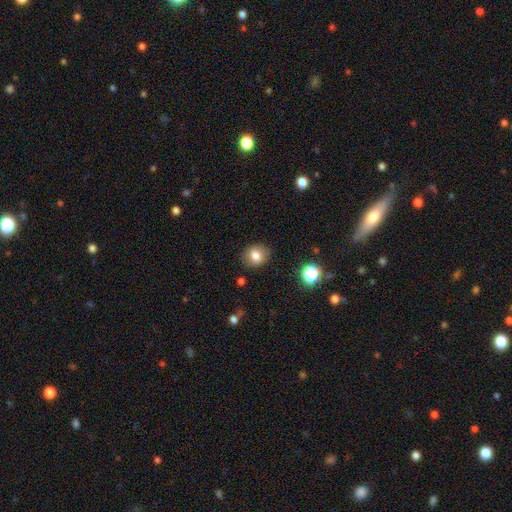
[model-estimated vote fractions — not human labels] A smooth galaxy with no disk features (79%) that is round (65%).

Vote fractions:
- Smooth or featured? smooth: 79% / star or artifact: 11% / featured or disk: 10%
- How rounded? round: 65% / in between: 34% / cigar-shaped: 1%
- Merging? none: 85% / minor disturbance: 10% / major disturbance: 3% / merger: 2%